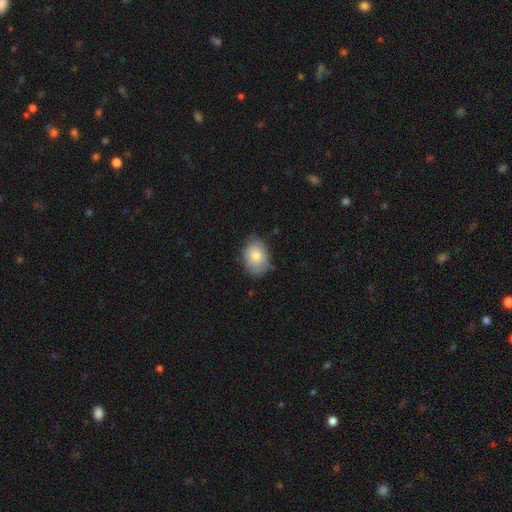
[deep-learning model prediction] Smooth or featured? Predicted: smooth (p=0.79). How rounded? Predicted: in between (p=0.74). Merging? Predicted: none (p=0.78).